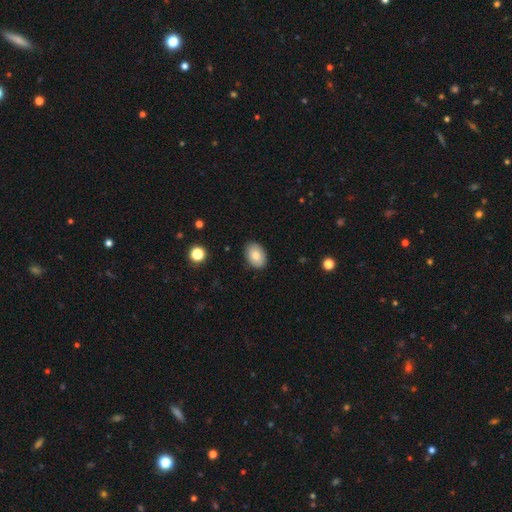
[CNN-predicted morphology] Smooth or featured?
  - smooth: 83% *
  - featured or disk: 9%
  - star or artifact: 8%
How rounded?
  - in between: 84% *
  - round: 15%
  - cigar-shaped: 1%
Merging?
  - none: 88% *
  - minor disturbance: 9%
  - major disturbance: 2%
  - merger: 1%